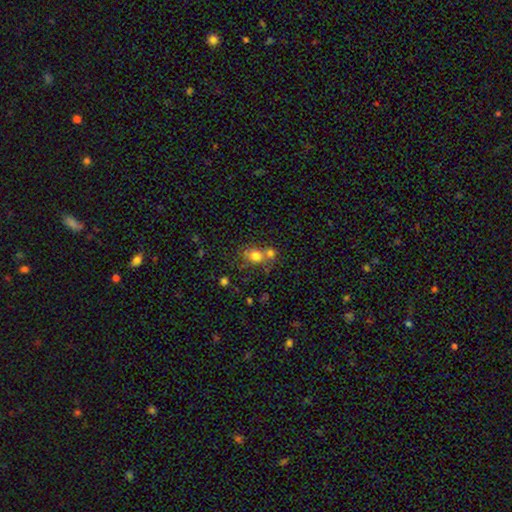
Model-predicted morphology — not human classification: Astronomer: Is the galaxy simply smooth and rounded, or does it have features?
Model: smooth — 75%.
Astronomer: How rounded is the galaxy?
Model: round — 69%.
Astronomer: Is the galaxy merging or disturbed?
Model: merger — 44% (runner-up: none, 42%).